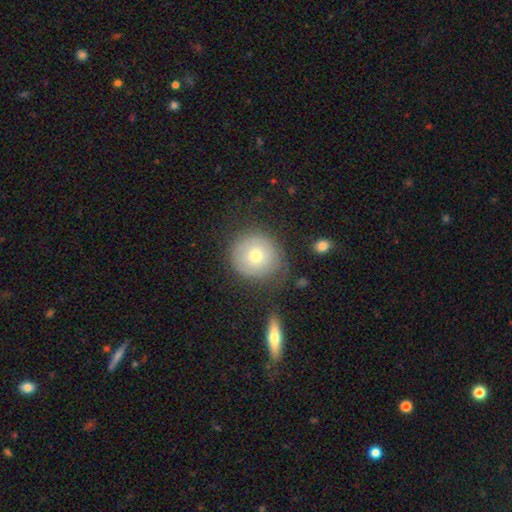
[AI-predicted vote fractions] This is likely a smooth galaxy (63%). How rounded: clearly round (91%). Merging: likely none (72%).